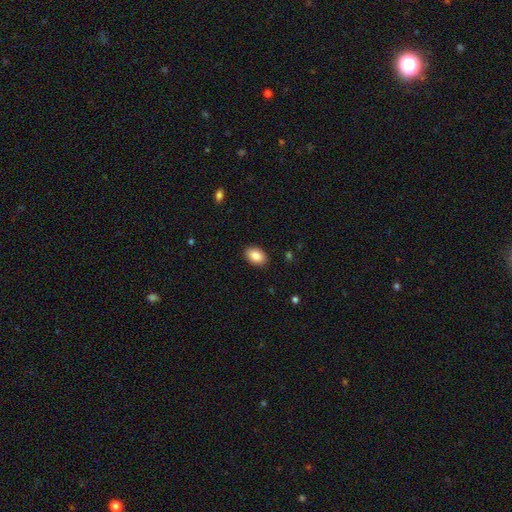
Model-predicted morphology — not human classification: smooth_or_featured: smooth (p=0.87) [alt: star or artifact p=0.07]
how_rounded: in between (p=0.87) [alt: round p=0.12]
merging: none (p=0.89) [alt: minor disturbance p=0.08]